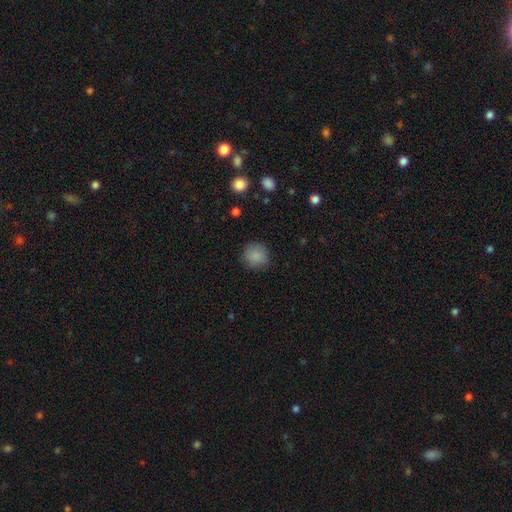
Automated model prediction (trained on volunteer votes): Smooth or featured: smooth — 87% (star or artifact — 9%)
How rounded: round — 90% (in between — 9%)
Merging: none — 84% (minor disturbance — 12%)